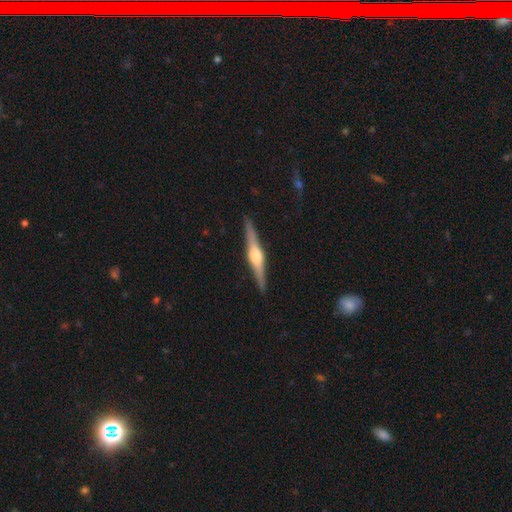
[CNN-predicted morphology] Q: Smooth or featured?
A: featured or disk (78%); runner-up: smooth (17%)
Q: Edge-on disk?
A: yes (98%); runner-up: no (2%)
Q: Edge-on bulge?
A: rounded (92%); runner-up: boxy (6%)
Q: Merging?
A: none (91%); runner-up: minor disturbance (7%)